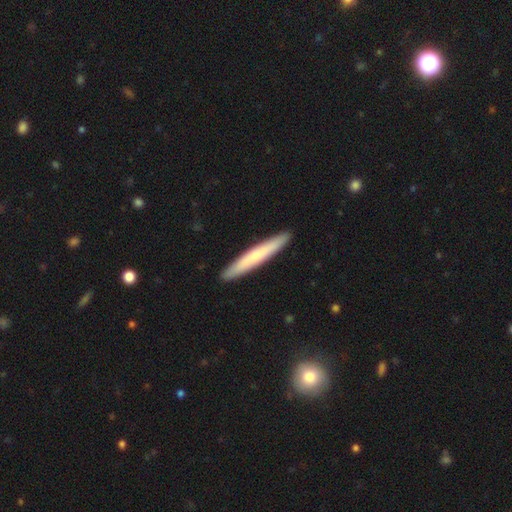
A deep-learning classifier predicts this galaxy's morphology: smooth_or_featured: smooth (p=0.62) [alt: featured or disk p=0.33]
how_rounded: cigar-shaped (p=0.96) [alt: in between p=0.03]
merging: none (p=0.92) [alt: minor disturbance p=0.06]